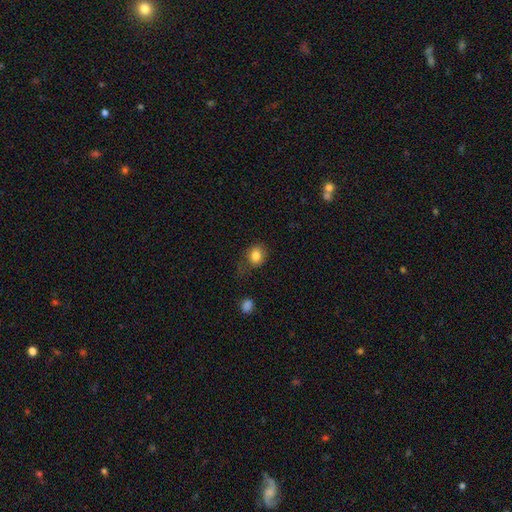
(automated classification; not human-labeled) Smooth or featured?
  - smooth: 81% *
  - star or artifact: 10%
  - featured or disk: 8%
How rounded?
  - round: 61% *
  - in between: 38%
  - cigar-shaped: 1%
Merging?
  - none: 62% *
  - minor disturbance: 24%
  - major disturbance: 12%
  - merger: 3%